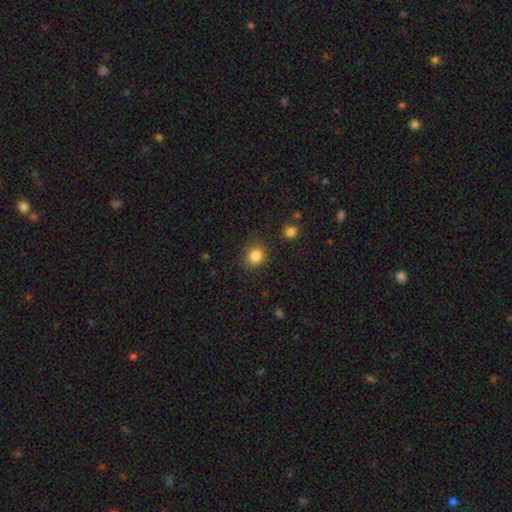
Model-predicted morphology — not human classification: Overall: smooth (84%). How rounded: round (80%). Merging: none (86%).